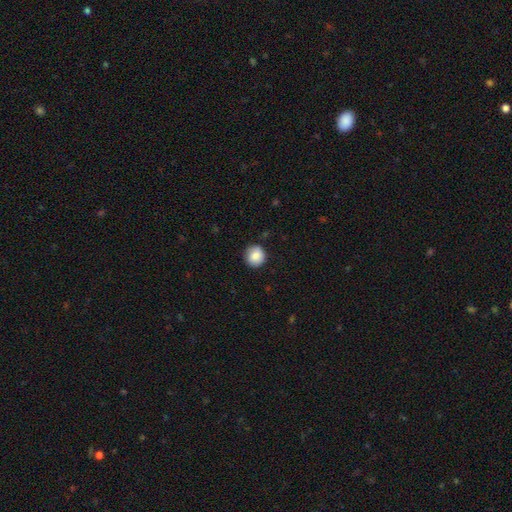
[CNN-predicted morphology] A smooth galaxy with no disk features (85%) that is round (90%).

Vote fractions:
- Smooth or featured? smooth: 85% / star or artifact: 8% / featured or disk: 6%
- How rounded? round: 90% / in between: 9% / cigar-shaped: 1%
- Merging? none: 85% / minor disturbance: 11% / major disturbance: 2% / merger: 1%